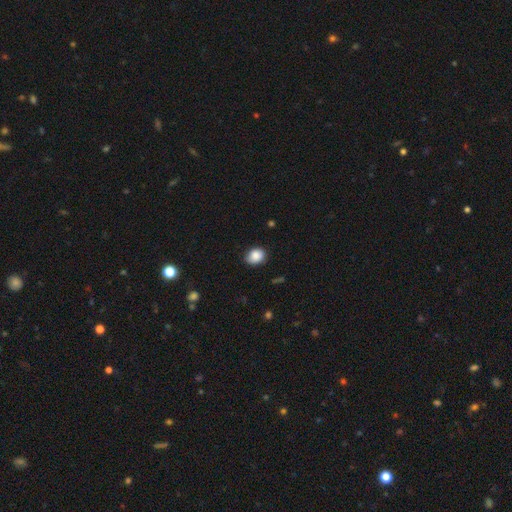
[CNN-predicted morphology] The model was most divided on "how rounded": in between: 53%, round: 46%, cigar-shaped: 1%. More confident: smooth or featured — smooth (87%); merging — none (81%).